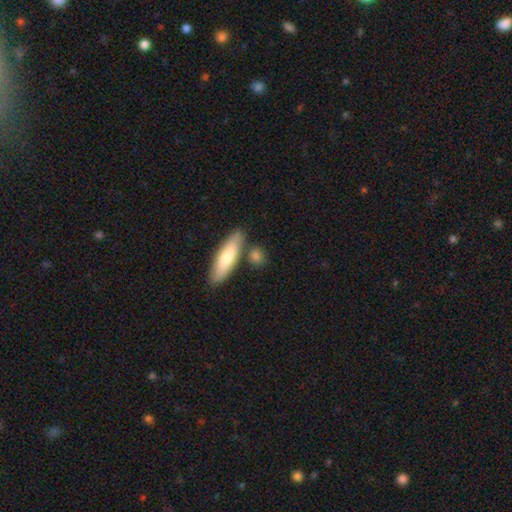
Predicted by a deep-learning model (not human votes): Smooth or featured? smooth (80%)
How rounded? in between (38%)
Merging? none (71%)